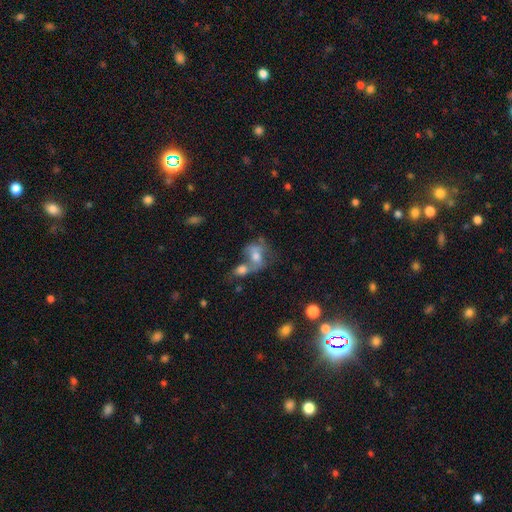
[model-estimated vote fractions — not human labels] smooth 51%, featured or disk 36%, star or artifact 13%. Down the decision tree: how rounded — in between (68%); merging — merger (54%).